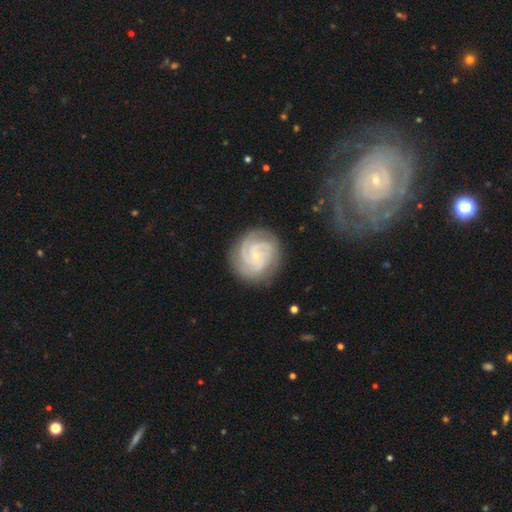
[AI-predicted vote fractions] This appears to be a featured or disk galaxy (88%) with no bar (69%), 3 (45%) tight (72%) spiral arms (98%) and a small central bulge (83%). Merging: none (82%).